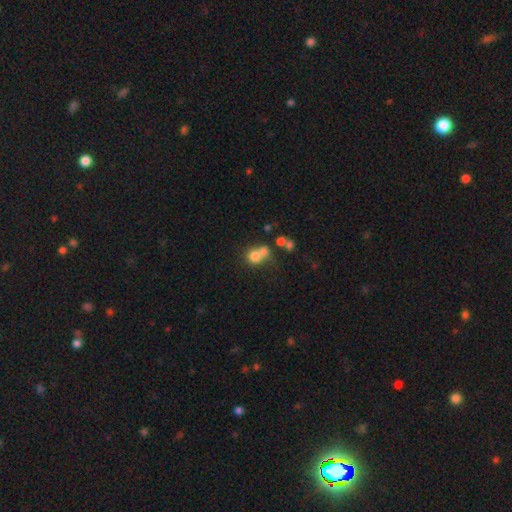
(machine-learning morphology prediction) smooth 72%, featured or disk 15%, star or artifact 13%. Down the decision tree: how rounded — round (79%); merging — merger (50%).